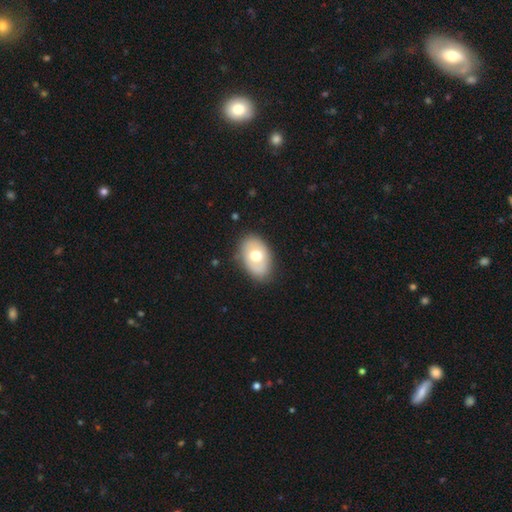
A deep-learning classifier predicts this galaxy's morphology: Smooth or featured? smooth (62%)
How rounded? in between (85%)
Merging? none (79%)